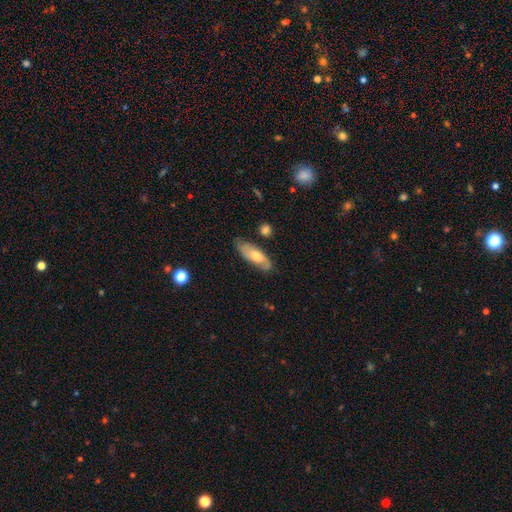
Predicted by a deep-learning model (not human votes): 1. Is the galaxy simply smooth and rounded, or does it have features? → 50% smooth, 43% featured or disk, 6% star or artifact.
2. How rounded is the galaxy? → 69% in between, 28% cigar-shaped, 3% round.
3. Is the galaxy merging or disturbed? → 70% none, 22% minor disturbance, 5% major disturbance, 3% merger.